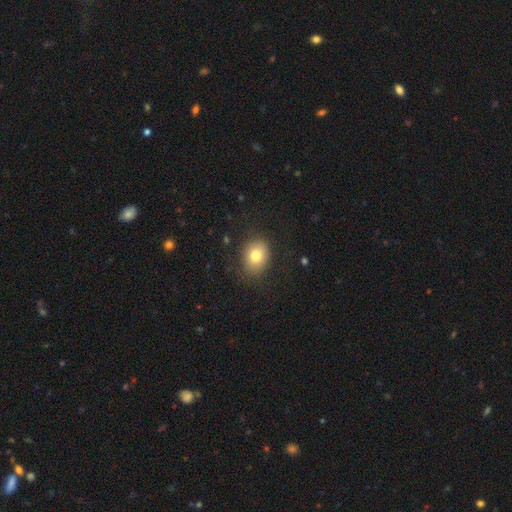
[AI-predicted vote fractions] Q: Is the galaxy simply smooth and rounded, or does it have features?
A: smooth — 77%.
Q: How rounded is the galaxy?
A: in between — 56%.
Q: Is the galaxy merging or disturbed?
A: none — 82%.